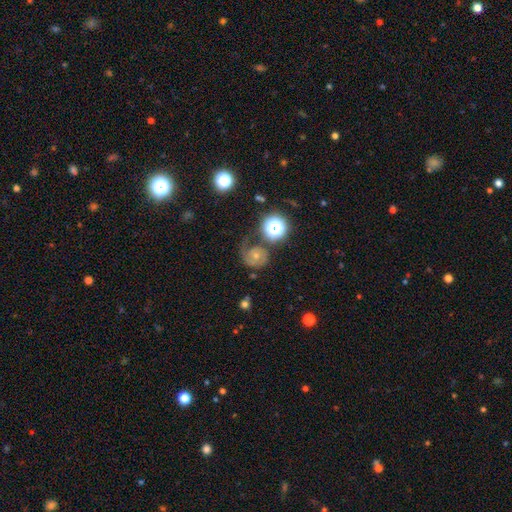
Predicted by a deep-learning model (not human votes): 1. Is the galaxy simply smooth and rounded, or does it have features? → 55% featured or disk, 29% smooth, 16% star or artifact.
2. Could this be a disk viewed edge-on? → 97% no, 3% yes.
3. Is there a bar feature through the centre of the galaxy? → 77% no, 18% weak, 4% strong.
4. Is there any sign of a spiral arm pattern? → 85% yes, 15% no.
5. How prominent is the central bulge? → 49% small, 43% moderate, 3% large, 3% none, 2% dominant.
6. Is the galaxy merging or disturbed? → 44% none, 25% minor disturbance, 24% major disturbance, 7% merger.